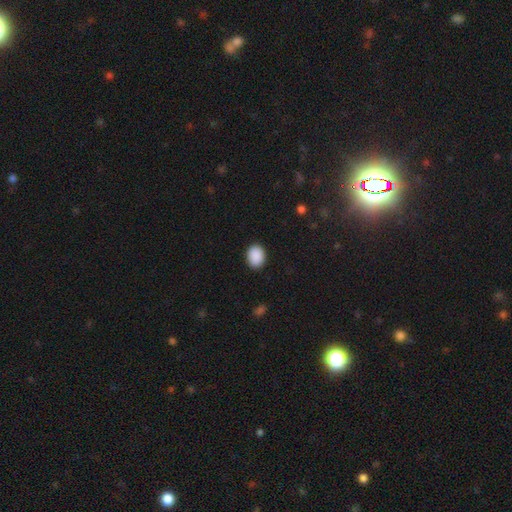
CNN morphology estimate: Smooth or featured: smooth — 91% (star or artifact — 7%)
How rounded: in between — 65% (round — 34%)
Merging: none — 90% (minor disturbance — 7%)